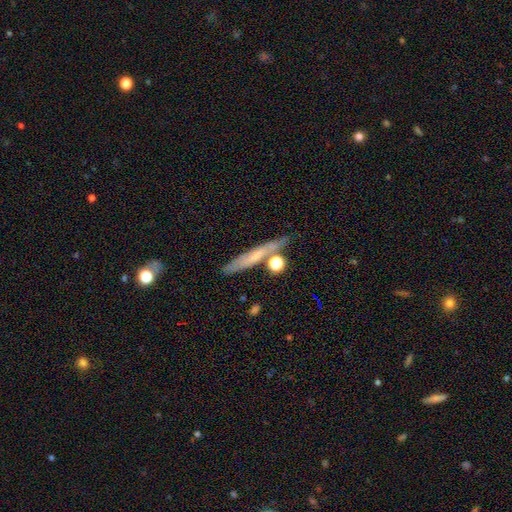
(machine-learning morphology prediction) A smooth galaxy with no disk features (49%).

Vote fractions:
- Smooth or featured? smooth: 49% / featured or disk: 41% / star or artifact: 10%
- Merging? none: 71% / minor disturbance: 14% / merger: 11% / major disturbance: 5%